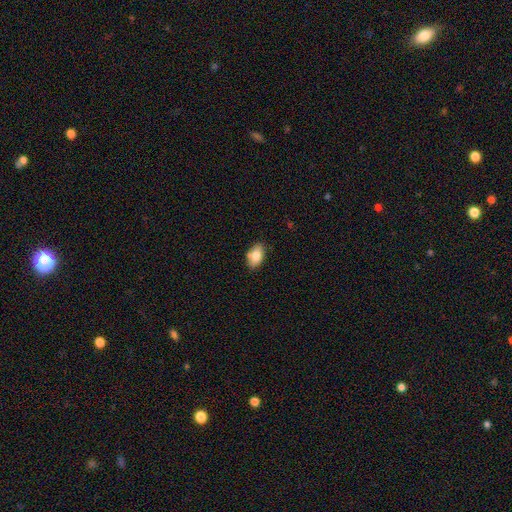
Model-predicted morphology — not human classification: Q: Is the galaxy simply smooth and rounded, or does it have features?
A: smooth — 79%.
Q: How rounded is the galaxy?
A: in between — 90%.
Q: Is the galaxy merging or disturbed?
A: none — 76%.